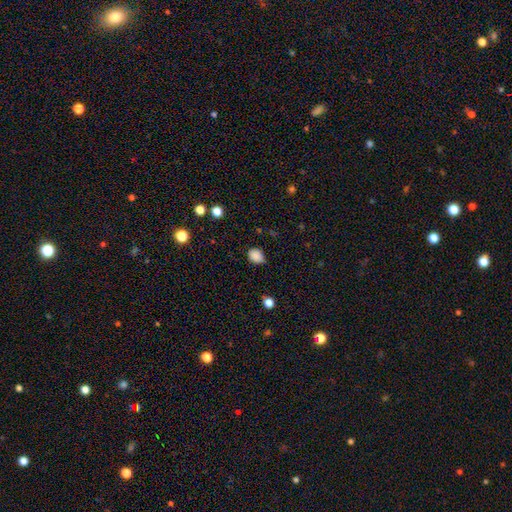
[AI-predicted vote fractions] Smooth or featured? smooth (86%)
How rounded? in between (59%)
Merging? none (77%)